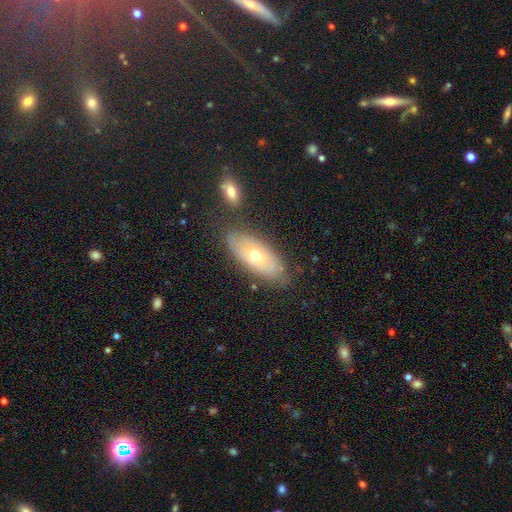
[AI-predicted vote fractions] Morphology: type=smooth (51%); roundness=in between (84%); merging=none (78%).